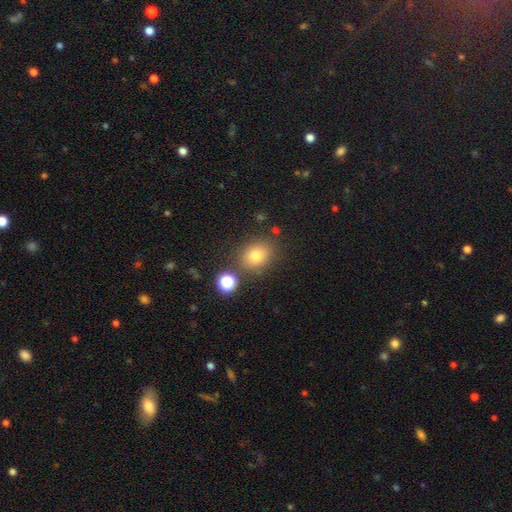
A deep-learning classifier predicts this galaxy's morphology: Smooth or featured? Predicted: smooth (p=0.77). How rounded? Predicted: round (p=0.61). Merging? Predicted: none (p=0.78).